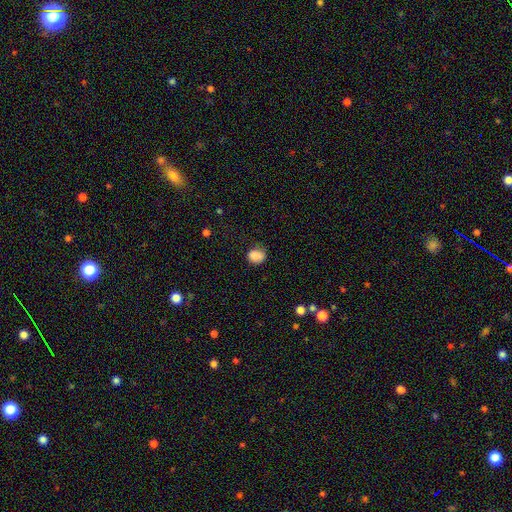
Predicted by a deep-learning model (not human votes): smooth-or-featured: smooth: 86% | star or artifact: 10% | featured or disk: 5%
  how-rounded: round: 59% | in between: 40% | cigar-shaped: 1%
  merging: none: 69% | minor disturbance: 22% | major disturbance: 7% | merger: 2%